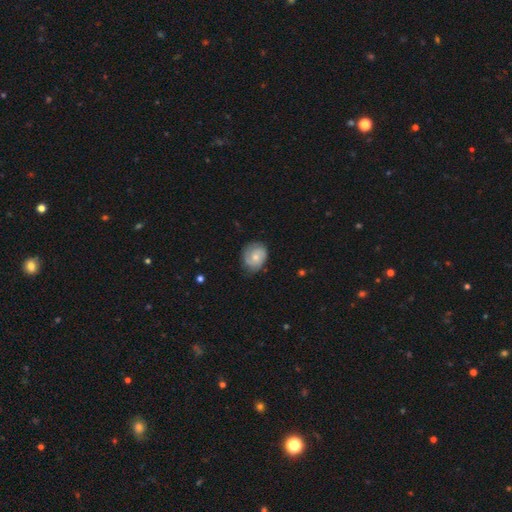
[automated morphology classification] This appears to be a featured or disk galaxy (49%). Merging: none (69%).